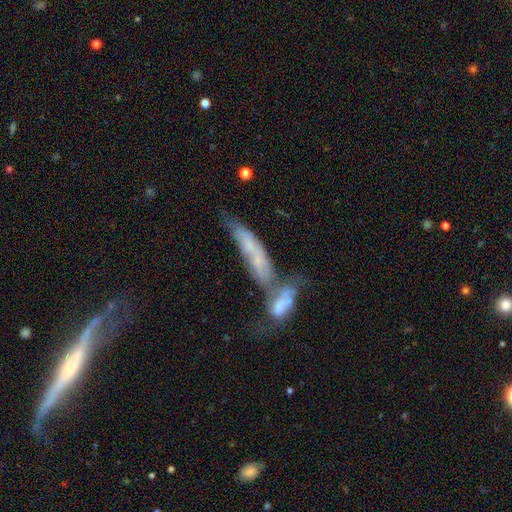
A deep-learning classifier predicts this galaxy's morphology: smooth-or-featured: featured or disk: 54% | smooth: 35% | star or artifact: 11%
  disk-edge-on: no: 65% | yes: 35%
  merging: merger: 60% | none: 20% | minor disturbance: 11% | major disturbance: 9%